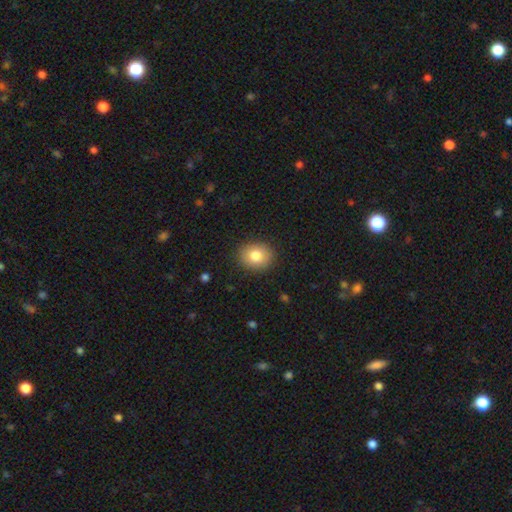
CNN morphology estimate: Smooth or featured?
  - smooth: 82% *
  - featured or disk: 9%
  - star or artifact: 9%
How rounded?
  - round: 61% *
  - in between: 38%
  - cigar-shaped: 1%
Merging?
  - none: 89% *
  - minor disturbance: 8%
  - major disturbance: 2%
  - merger: 1%